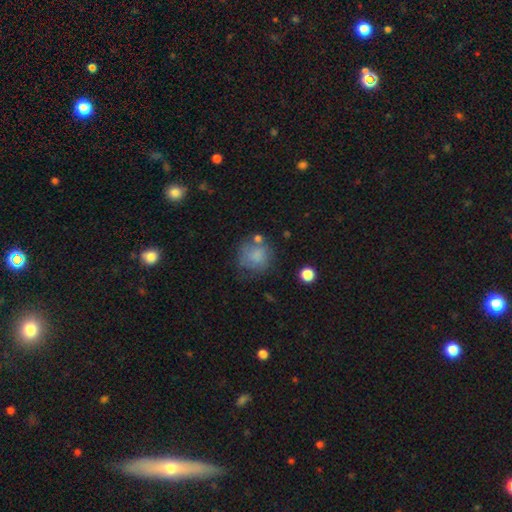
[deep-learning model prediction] Q: Smooth or featured?
A: smooth (71%); runner-up: featured or disk (19%)
Q: How rounded?
A: round (86%); runner-up: in between (13%)
Q: Merging?
A: none (56%); runner-up: minor disturbance (23%)